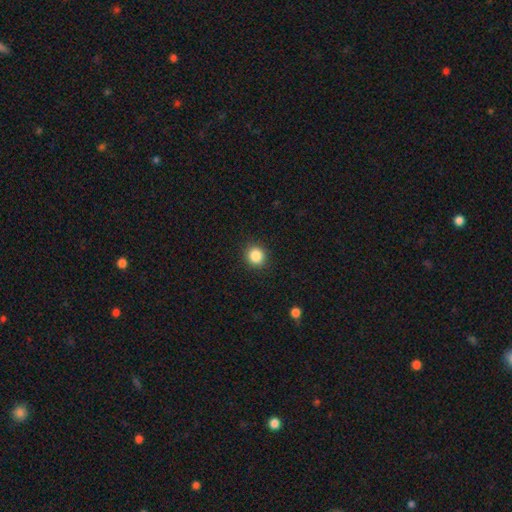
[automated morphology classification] smooth_or_featured: smooth (p=0.86) [alt: star or artifact p=0.10]
how_rounded: round (p=0.87) [alt: in between p=0.12]
merging: none (p=0.90) [alt: minor disturbance p=0.06]